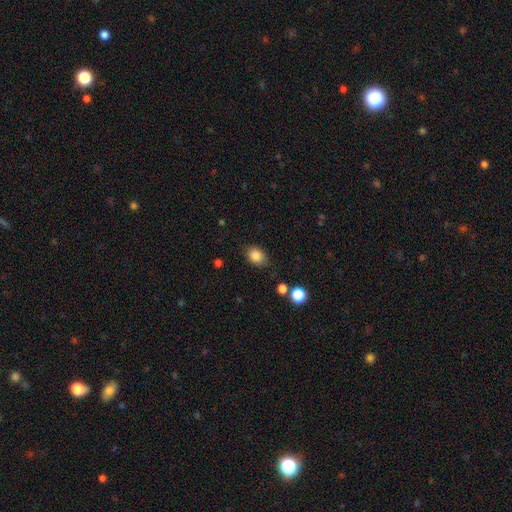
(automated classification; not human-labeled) A smooth galaxy with no disk features (86%) that is in between round and cigar-shaped (67%).

Vote fractions:
- Smooth or featured? smooth: 86% / star or artifact: 10% / featured or disk: 5%
- How rounded? in between: 67% / round: 32% / cigar-shaped: 1%
- Merging? none: 81% / minor disturbance: 14% / major disturbance: 4% / merger: 2%